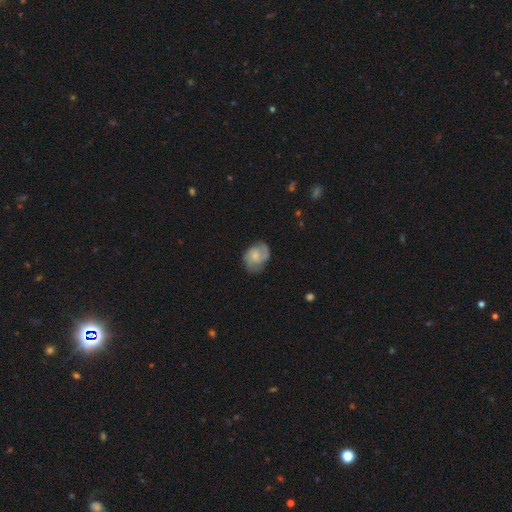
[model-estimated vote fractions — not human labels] featured or disk 57%, smooth 36%, star or artifact 7%. Down the decision tree: edge-on disk — no (97%); bar — no (66%); spiral arms — yes (89%); bulge size — small (51%); merging — none (63%).